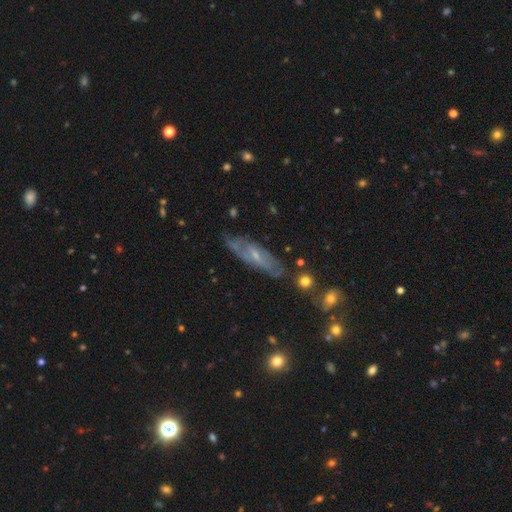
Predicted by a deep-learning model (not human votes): Q: Smooth or featured?
A: featured or disk (69%); runner-up: smooth (23%)
Q: Edge-on disk?
A: no (75%); runner-up: yes (25%)
Q: Bar?
A: weak (45%); runner-up: no (42%)
Q: Spiral arms?
A: yes (74%); runner-up: no (26%)
Q: Bulge size?
A: small (64%); runner-up: moderate (29%)
Q: Merging?
A: none (68%); runner-up: minor disturbance (22%)